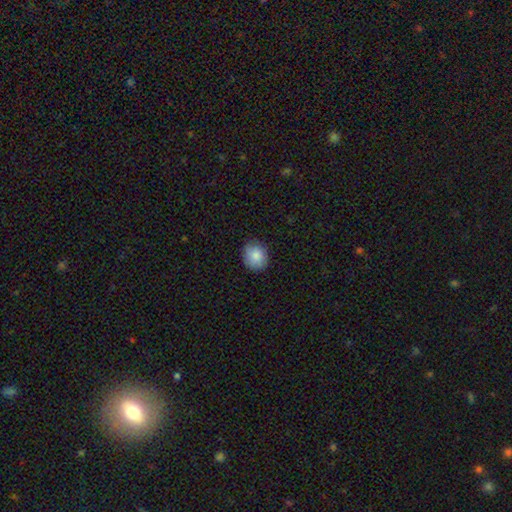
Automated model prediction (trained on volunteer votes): The model was most divided on "how rounded": round: 71%, in between: 28%, cigar-shaped: 1%. More confident: smooth or featured — smooth (86%); merging — none (85%).